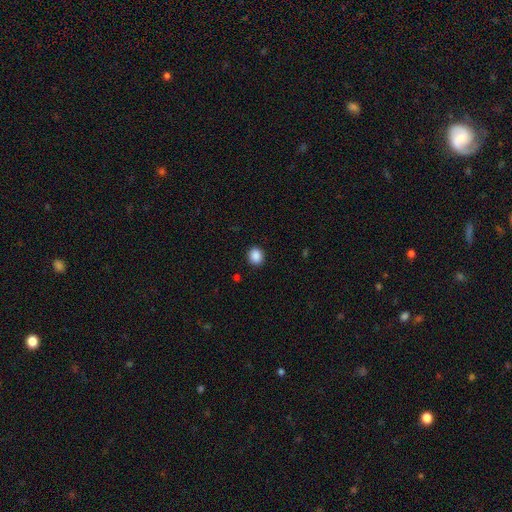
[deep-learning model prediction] The model was most divided on "how rounded": round: 70%, in between: 30%, cigar-shaped: 1%. More confident: merging — none (90%); smooth or featured — smooth (89%).